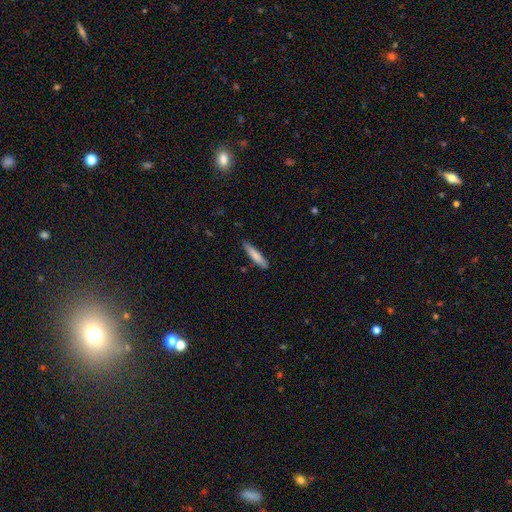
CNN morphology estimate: A smooth galaxy with no disk features (79%) that is cigar-shaped (88%). Merging: none (84%).